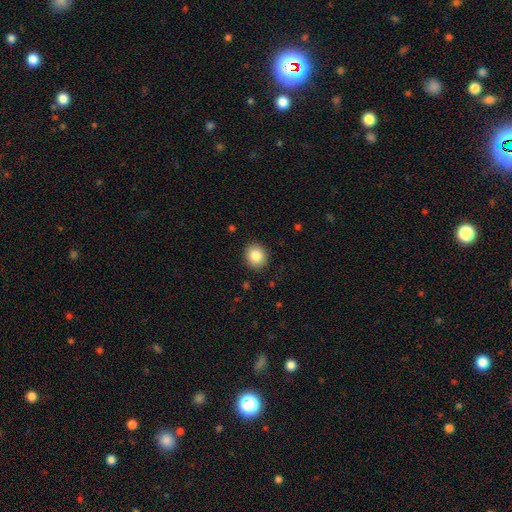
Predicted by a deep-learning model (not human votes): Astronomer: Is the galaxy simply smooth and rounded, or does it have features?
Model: smooth — 85%.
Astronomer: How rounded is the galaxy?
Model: round — 72%.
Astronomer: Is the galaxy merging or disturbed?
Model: none — 90%.